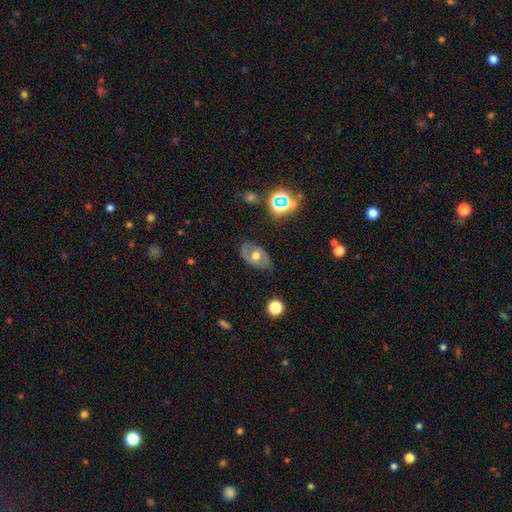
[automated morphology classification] This appears to be a featured or disk galaxy (55%) with no bar (66%), no spiral arms (54%) and a moderate central bulge (68%). Merging: none (77%).